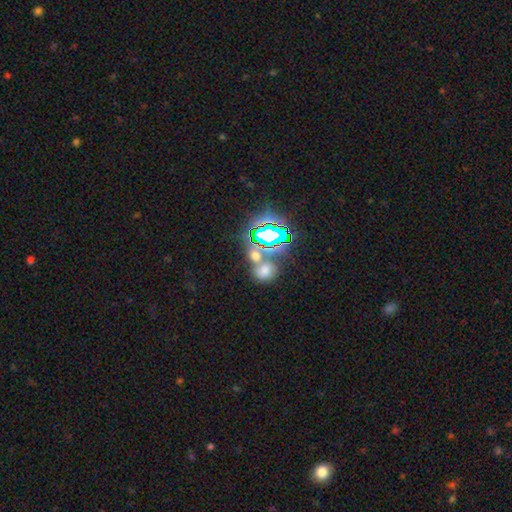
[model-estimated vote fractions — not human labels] A smooth galaxy with no disk features (47%). Merging: none (49%).